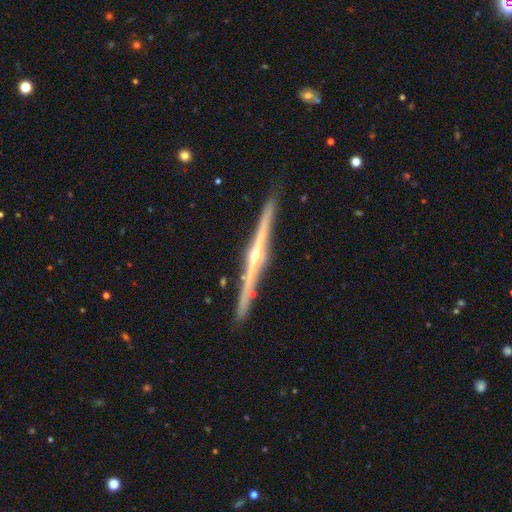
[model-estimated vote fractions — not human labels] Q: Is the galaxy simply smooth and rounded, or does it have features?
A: featured or disk — 86%.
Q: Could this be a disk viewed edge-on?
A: yes — 98%.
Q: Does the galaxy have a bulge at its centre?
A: rounded — 84%.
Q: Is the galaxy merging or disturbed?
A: none — 91%.